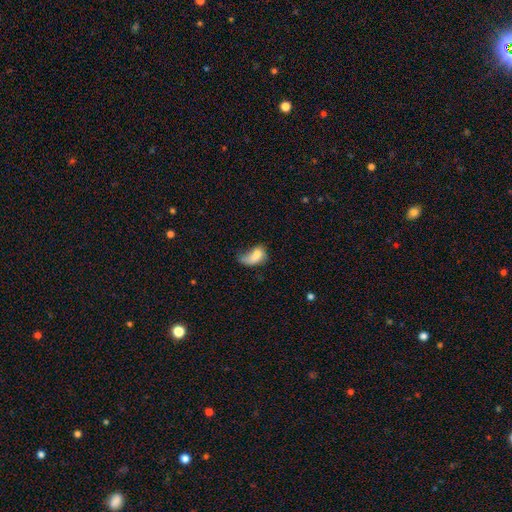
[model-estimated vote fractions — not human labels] Smooth or featured? smooth (67%)
How rounded? in between (87%)
Merging? major disturbance (44%)